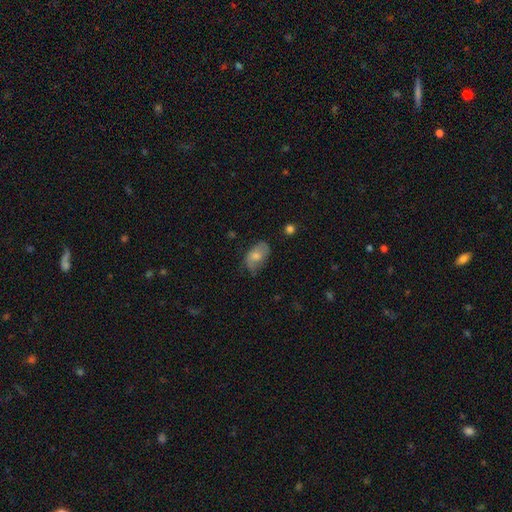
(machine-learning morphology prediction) smooth-or-featured: smooth: 69% | featured or disk: 24% | star or artifact: 7%
  how-rounded: in between: 91% | round: 7% | cigar-shaped: 2%
  merging: none: 56% | minor disturbance: 33% | major disturbance: 9% | merger: 2%